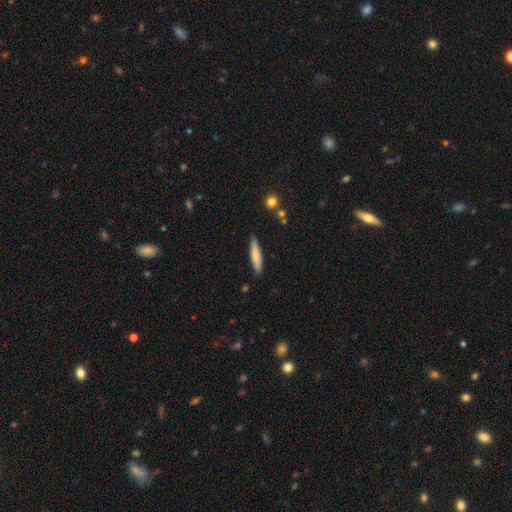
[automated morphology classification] A smooth galaxy with no disk features (76%) that is cigar-shaped (83%). Merging: none (87%).